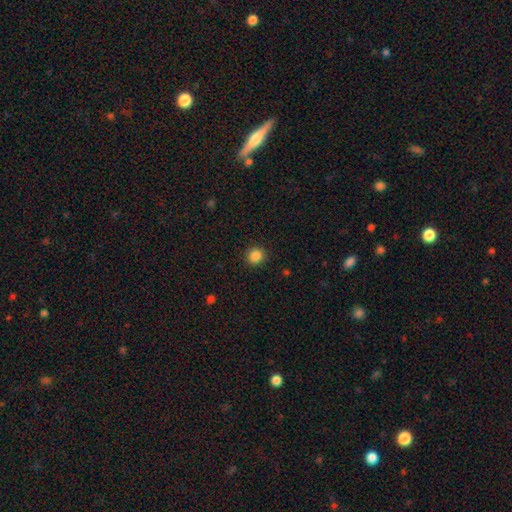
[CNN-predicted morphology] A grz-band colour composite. It shows a smooth galaxy with no disk features (86%) that is round (91%). Merging: none (91%).